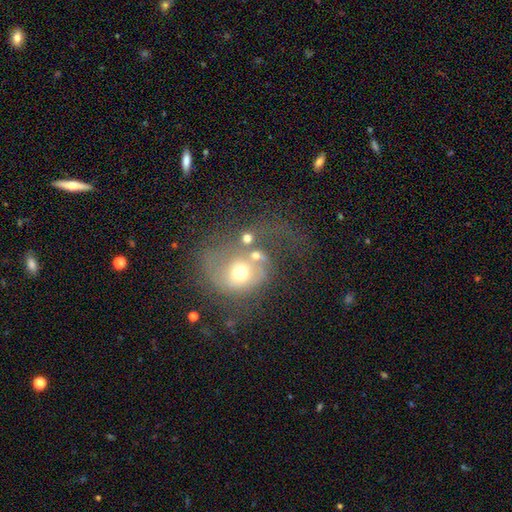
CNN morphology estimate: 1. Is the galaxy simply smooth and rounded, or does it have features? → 44% smooth, 40% featured or disk, 16% star or artifact.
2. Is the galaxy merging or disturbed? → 32% major disturbance, 31% merger, 24% none, 14% minor disturbance.